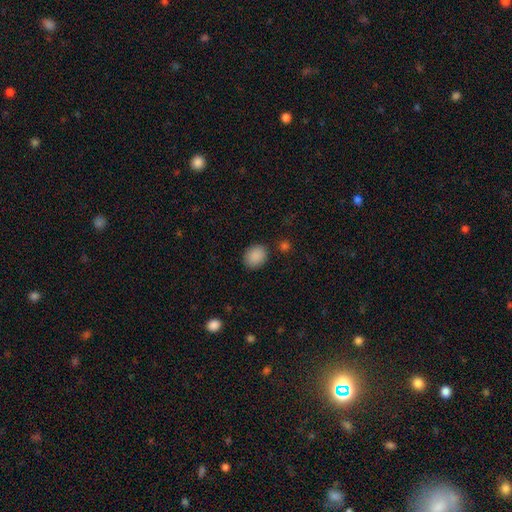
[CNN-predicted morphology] Overall: smooth (89%). How rounded: in between (52%; round 47%). Merging: none (84%).